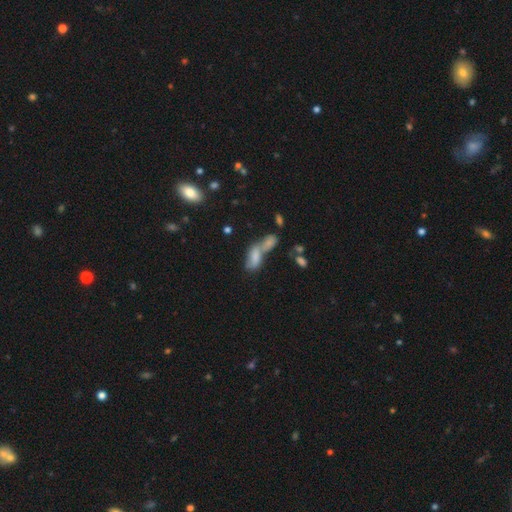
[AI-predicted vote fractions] smooth-or-featured: smooth: 69% | featured or disk: 20% | star or artifact: 11%
  how-rounded: in between: 81% | cigar-shaped: 14% | round: 5%
  merging: merger: 66% | none: 18% | minor disturbance: 9% | major disturbance: 7%